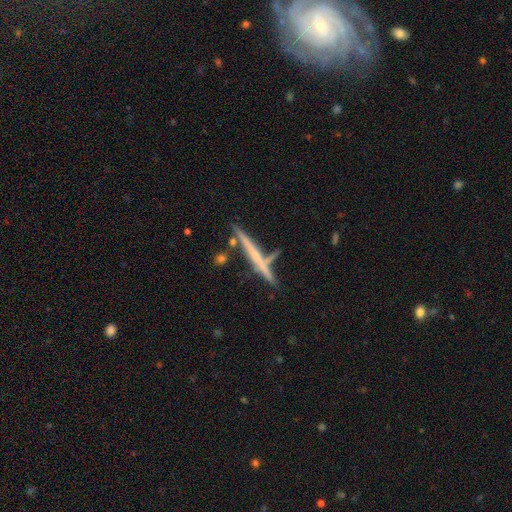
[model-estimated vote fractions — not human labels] smooth_or_featured: featured or disk (p=0.64) [alt: smooth p=0.29]
disk_edge_on: yes (p=0.97) [alt: no p=0.03]
edge_on_bulge: none (p=0.71) [alt: rounded p=0.22]
merging: none (p=0.74) [alt: minor disturbance p=0.13]